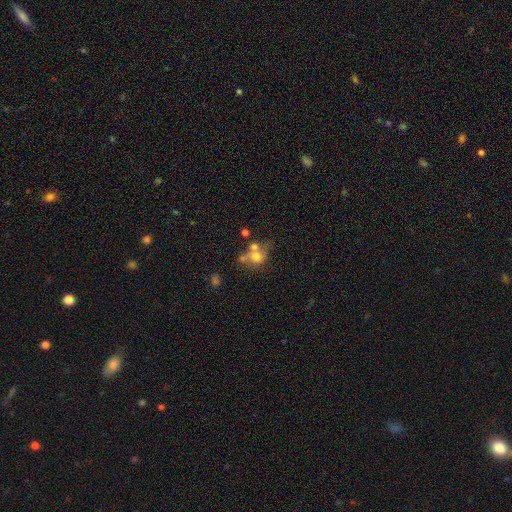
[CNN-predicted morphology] smooth 60%, featured or disk 26%, star or artifact 13%. Down the decision tree: how rounded — round (55%); merging — merger (38%).